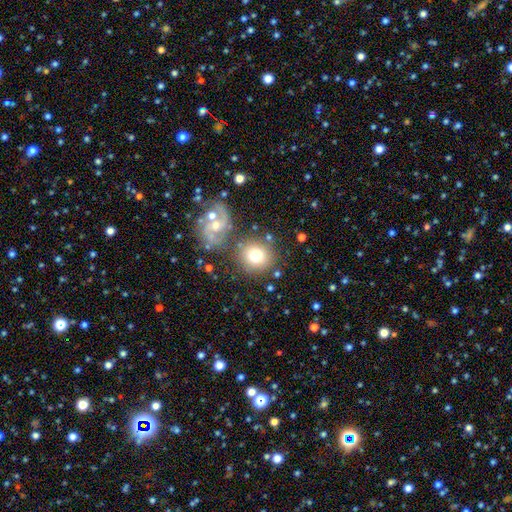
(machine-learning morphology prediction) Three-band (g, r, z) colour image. It shows a smooth galaxy with no disk features (68%) that is round (88%). Merging: none (71%).